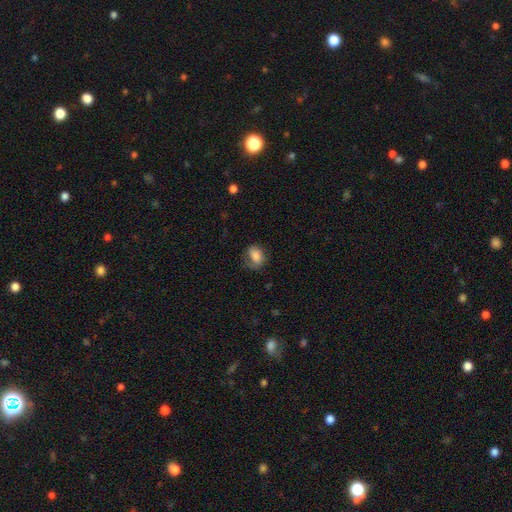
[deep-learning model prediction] smooth_or_featured: smooth (p=0.79) [alt: featured or disk p=0.12]
how_rounded: in between (p=0.68) [alt: round p=0.31]
merging: none (p=0.61) [alt: minor disturbance p=0.26]